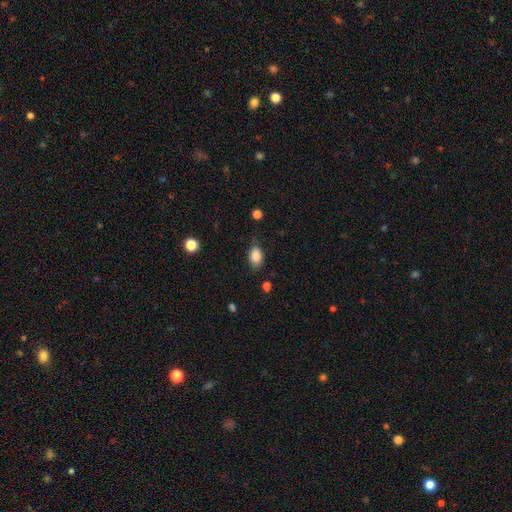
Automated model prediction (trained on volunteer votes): Smooth or featured? Predicted: smooth (p=0.86). How rounded? Predicted: in between (p=0.86). Merging? Predicted: none (p=0.70).